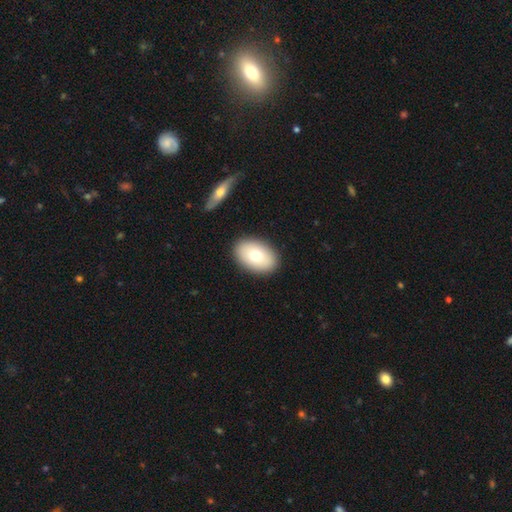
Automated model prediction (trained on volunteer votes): Overall: smooth (75%). How rounded: in between (88%). Merging: none (89%).